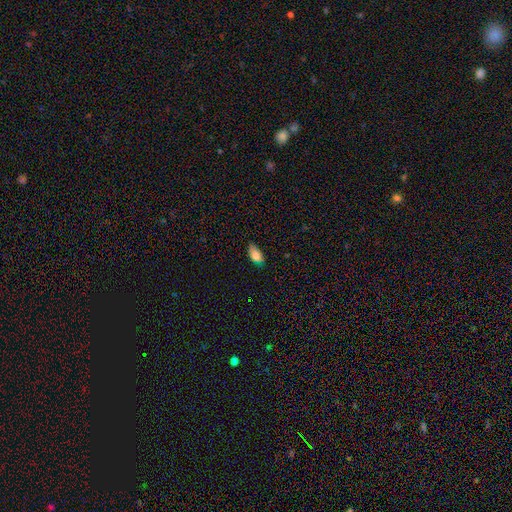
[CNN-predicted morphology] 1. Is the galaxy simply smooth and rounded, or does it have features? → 82% smooth, 10% featured or disk, 8% star or artifact.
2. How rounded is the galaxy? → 91% in between, 5% cigar-shaped, 4% round.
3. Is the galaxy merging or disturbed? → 74% none, 22% minor disturbance, 4% major disturbance, 1% merger.